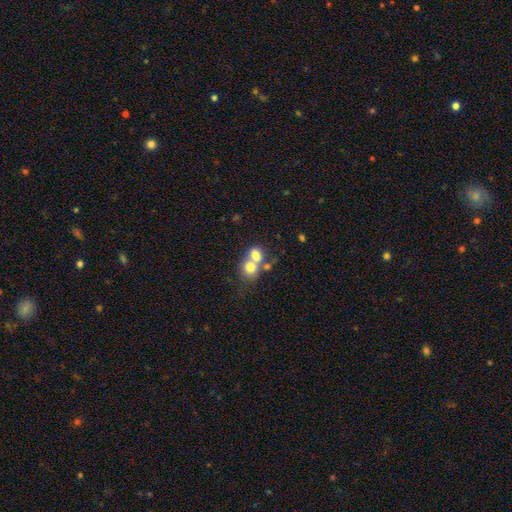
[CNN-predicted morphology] This is likely a smooth galaxy (72%). How rounded: possibly round (54%). Merging: likely merger (68%).